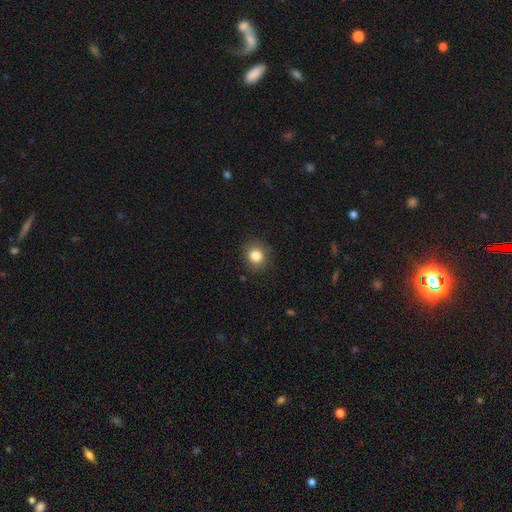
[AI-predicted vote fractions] This is clearly a smooth galaxy (84%). How rounded: likely round (78%). Merging: clearly none (86%).